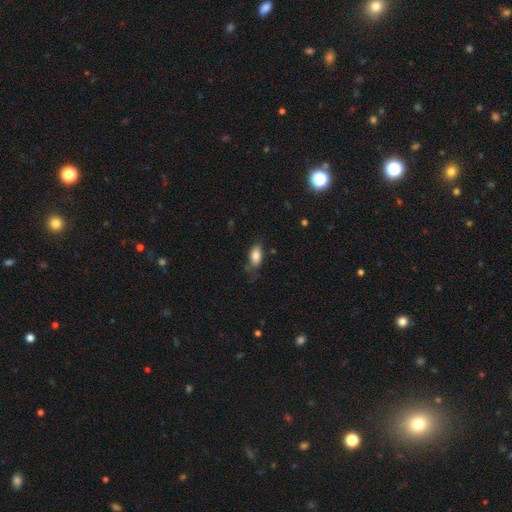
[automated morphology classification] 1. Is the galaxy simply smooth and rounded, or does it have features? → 83% smooth, 10% featured or disk, 8% star or artifact.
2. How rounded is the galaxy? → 90% in between, 6% cigar-shaped, 4% round.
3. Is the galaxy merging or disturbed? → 59% none, 28% minor disturbance, 10% major disturbance, 3% merger.